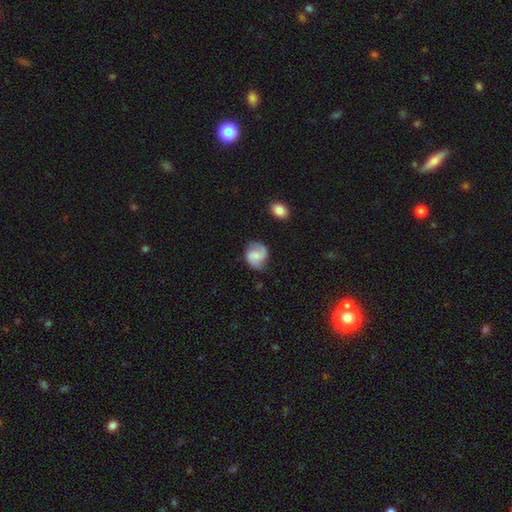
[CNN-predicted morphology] smooth-or-featured: featured or disk: 52% | smooth: 40% | star or artifact: 8%
  disk-edge-on: no: 98% | yes: 2%
    bar: weak: 44% | no: 43% | strong: 13%
    has-spiral-arms: yes: 91% | no: 9%
    bulge-size: none: 39% | small: 30% | moderate: 22% | large: 7% | dominant: 2%
  merging: none: 68% | minor disturbance: 22% | major disturbance: 8% | merger: 2%